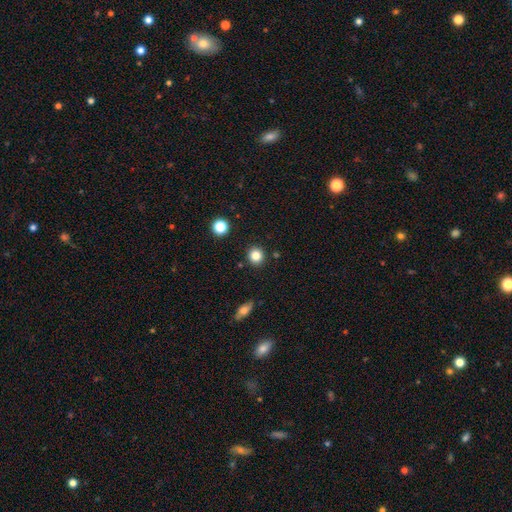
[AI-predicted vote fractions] smooth-or-featured: smooth: 84% | star or artifact: 11% | featured or disk: 5%
  how-rounded: round: 90% | in between: 9% | cigar-shaped: 1%
  merging: none: 90% | minor disturbance: 6% | merger: 2% | major disturbance: 2%